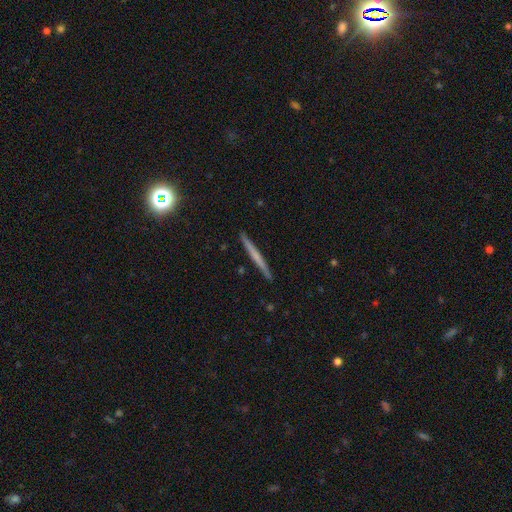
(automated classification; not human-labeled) smooth 49%, featured or disk 45%, star or artifact 7%. Down the decision tree: merging — none (92%).